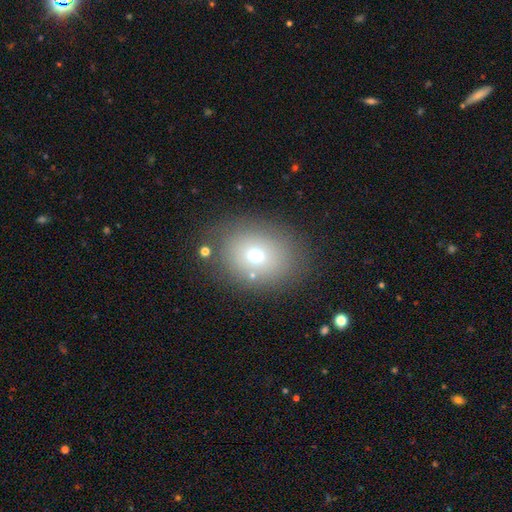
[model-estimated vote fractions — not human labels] This appears to be a smooth galaxy with no disk features (67%) that is round (50%). Merging: none (79%).